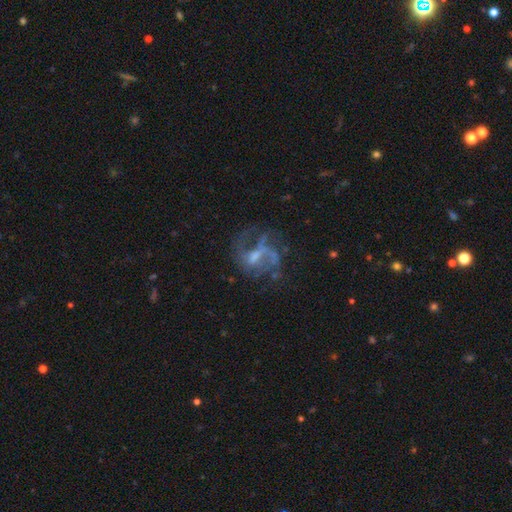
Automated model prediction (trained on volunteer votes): A featured or disk galaxy (75%) with a weak bar (45%), 2 (43%) loose (50%) spiral arms (77%) and a small central bulge (39%).

Vote fractions:
- Smooth or featured? featured or disk: 75% / star or artifact: 12% / smooth: 12%
- Edge-on disk? no: 97% / yes: 3%
- Bar? weak: 45% / no: 42% / strong: 13%
- Spiral arms? yes: 77% / no: 23%
- Spiral winding? loose: 50% / medium: 38% / tight: 12%
- Spiral arm count? 2: 43% / can't tell: 23% / 3: 15% / 1: 11% / 4: 5% / more than 4: 4%
- Bulge size? small: 39% / moderate: 34% / none: 22% / large: 3% / dominant: 1%
- Merging? none: 49% / major disturbance: 30% / minor disturbance: 17% / merger: 5%